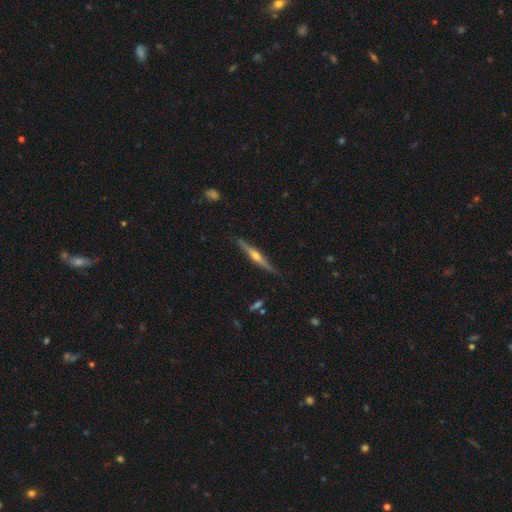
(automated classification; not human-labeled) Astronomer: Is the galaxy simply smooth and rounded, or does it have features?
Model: featured or disk — 76%.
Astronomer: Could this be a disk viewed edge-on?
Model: yes — 98%.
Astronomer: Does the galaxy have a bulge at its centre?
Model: rounded — 91%.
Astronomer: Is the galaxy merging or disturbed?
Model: none — 86%.